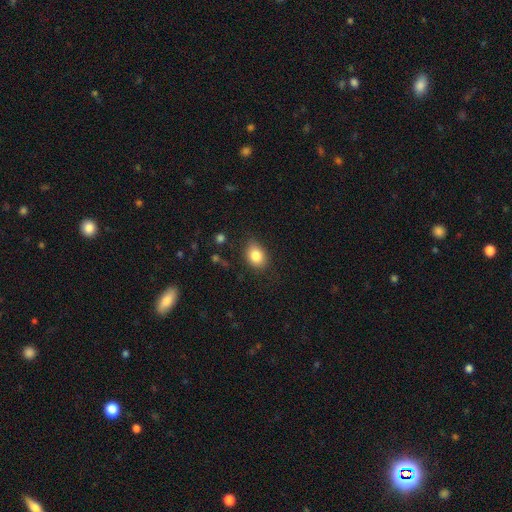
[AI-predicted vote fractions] smooth_or_featured: smooth (p=0.83) [alt: star or artifact p=0.09]
how_rounded: in between (p=0.71) [alt: round p=0.28]
merging: none (p=0.77) [alt: minor disturbance p=0.18]